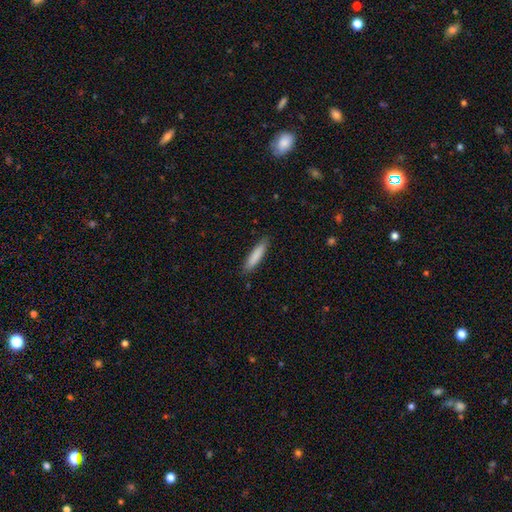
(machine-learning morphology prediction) Smooth or featured?
  - smooth: 84% *
  - featured or disk: 10%
  - star or artifact: 6%
How rounded?
  - cigar-shaped: 83% *
  - in between: 16%
  - round: 1%
Merging?
  - none: 87% *
  - minor disturbance: 10%
  - major disturbance: 2%
  - merger: 1%